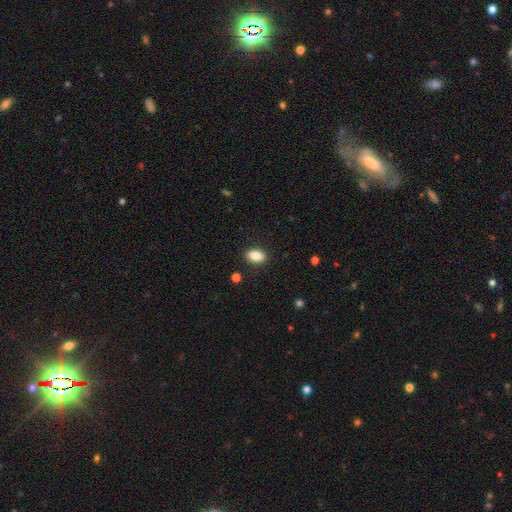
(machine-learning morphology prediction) Overall: smooth (86%). How rounded: in between (88%). Merging: none (89%).